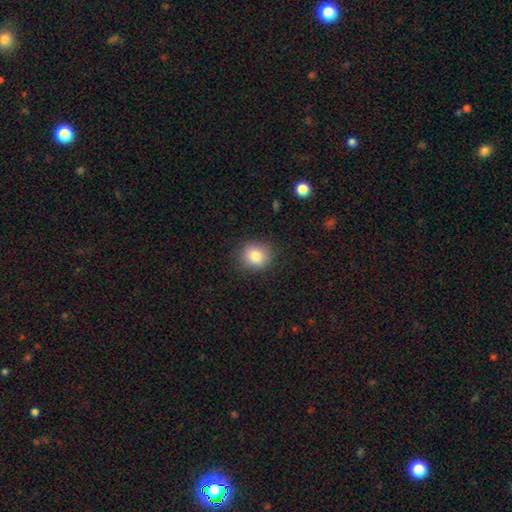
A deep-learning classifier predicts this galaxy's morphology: Smooth or featured? smooth (82%)
How rounded? round (82%)
Merging? none (88%)